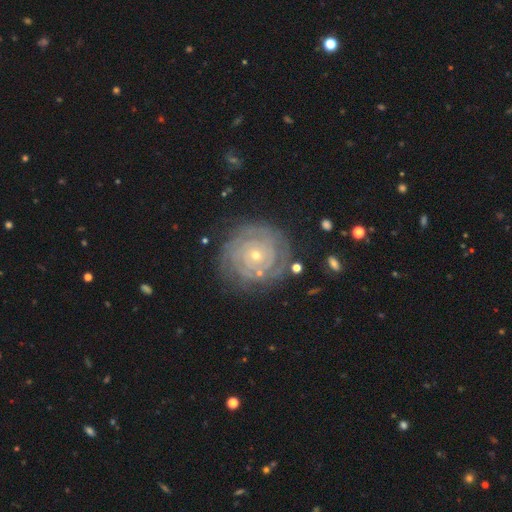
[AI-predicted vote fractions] Smooth or featured?
  - featured or disk: 85% *
  - smooth: 9%
  - star or artifact: 6%
Edge-on disk?
  - no: 98% *
  - yes: 2%
Bar?
  - no: 83% *
  - weak: 13%
  - strong: 5%
Spiral arms?
  - yes: 94% *
  - no: 6%
Spiral winding?
  - tight: 87% *
  - medium: 10%
  - loose: 3%
Spiral arm count?
  - can't tell: 32% *
  - 2: 20%
  - 3: 17%
  - 4: 15%
  - more than 4: 8%
  - 1: 7%
Bulge size?
  - small: 75% *
  - moderate: 22%
  - large: 1%
  - none: 1%
  - dominant: 1%
Merging?
  - none: 78% *
  - minor disturbance: 14%
  - major disturbance: 6%
  - merger: 2%